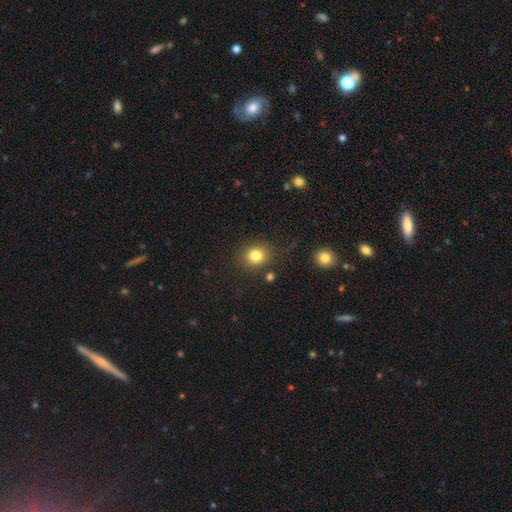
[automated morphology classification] type=smooth (83%); roundness=round (79%); merging=none (83%).